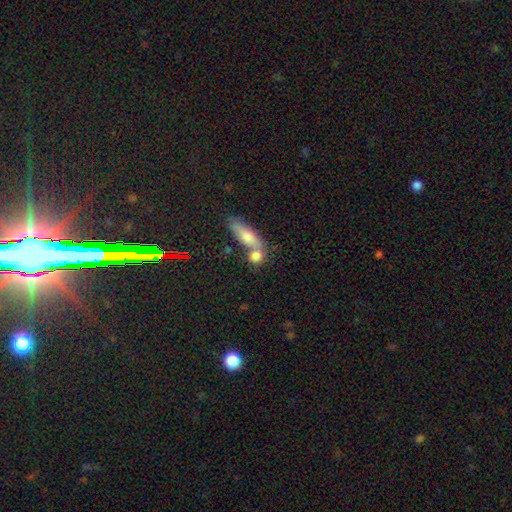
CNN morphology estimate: Smooth or featured? smooth (78%)
How rounded? round (53%)
Merging? none (44%)